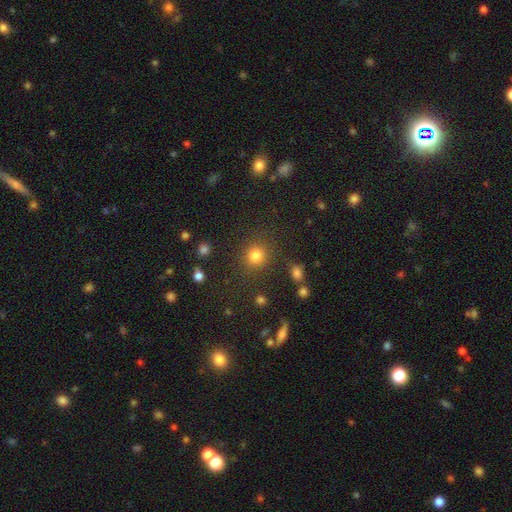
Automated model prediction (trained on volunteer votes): Smooth or featured?
  - smooth: 81% *
  - star or artifact: 14%
  - featured or disk: 5%
How rounded?
  - round: 91% *
  - in between: 8%
  - cigar-shaped: 1%
Merging?
  - none: 85% *
  - minor disturbance: 8%
  - major disturbance: 4%
  - merger: 3%